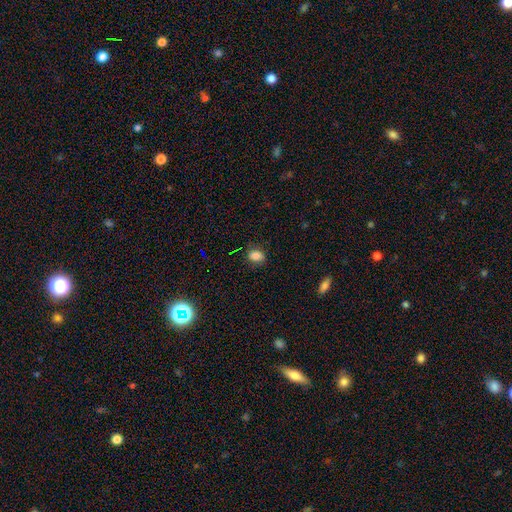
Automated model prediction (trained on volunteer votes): Smooth or featured? Predicted: smooth (p=0.83). How rounded? Predicted: in between (p=0.65). Merging? Predicted: none (p=0.80).